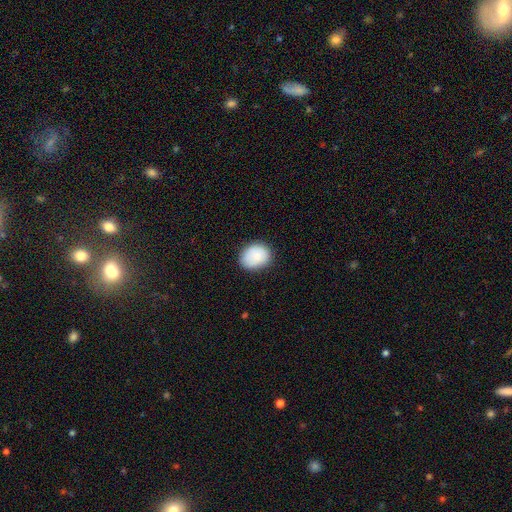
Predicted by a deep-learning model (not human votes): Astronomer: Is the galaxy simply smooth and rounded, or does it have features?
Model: smooth — 87%.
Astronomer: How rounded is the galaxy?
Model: in between — 54% (runner-up: round, 45%).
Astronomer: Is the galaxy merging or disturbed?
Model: none — 80%.